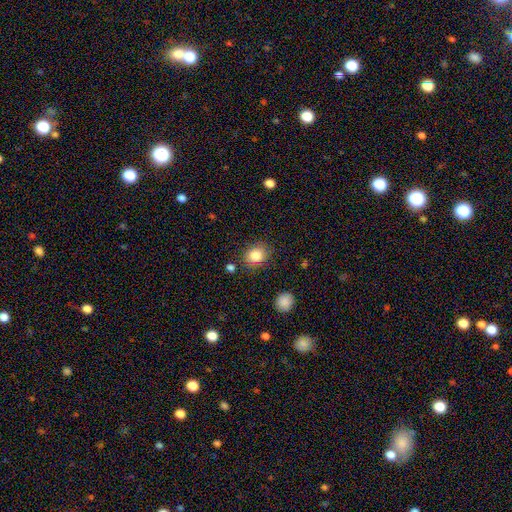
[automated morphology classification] smooth_or_featured: smooth (p=0.84) [alt: star or artifact p=0.10]
how_rounded: round (p=0.60) [alt: in between p=0.39]
merging: none (p=0.79) [alt: minor disturbance p=0.13]